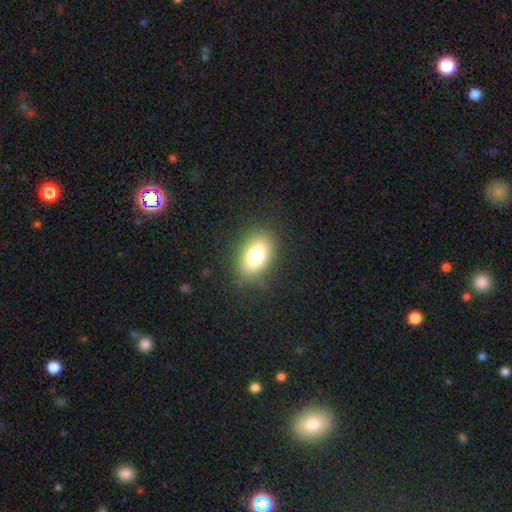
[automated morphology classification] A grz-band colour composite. It shows a smooth galaxy with no disk features (77%) that is in between round and cigar-shaped (86%). Merging: none (83%).